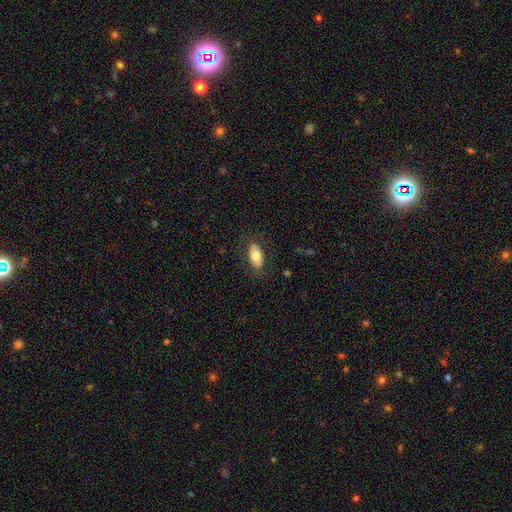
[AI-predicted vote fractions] Smooth or featured: smooth — 71% (featured or disk — 23%)
How rounded: in between — 92% (round — 4%)
Merging: none — 83% (minor disturbance — 12%)